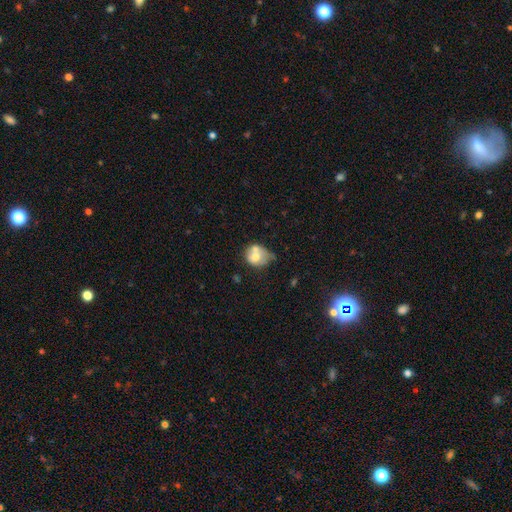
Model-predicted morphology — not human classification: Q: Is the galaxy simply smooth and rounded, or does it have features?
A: smooth — 64%.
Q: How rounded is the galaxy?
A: round — 62%.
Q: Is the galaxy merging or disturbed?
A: merger — 42%.